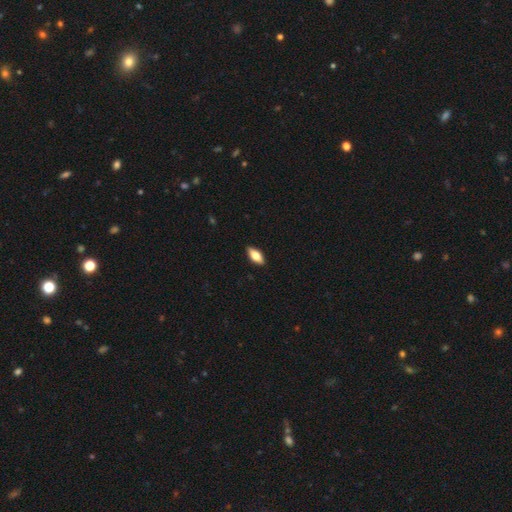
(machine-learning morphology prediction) type=smooth (69%); roundness=in between (82%); merging=none (89%).